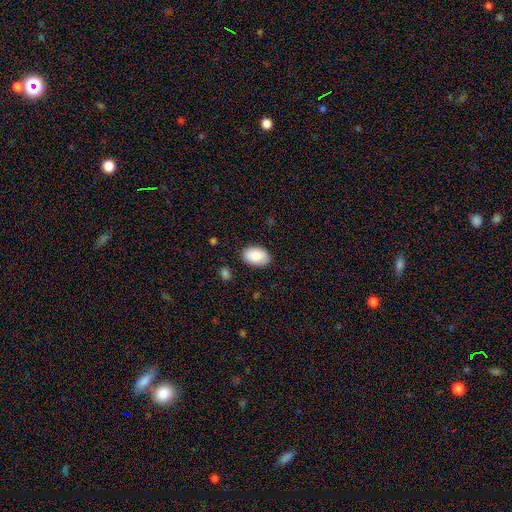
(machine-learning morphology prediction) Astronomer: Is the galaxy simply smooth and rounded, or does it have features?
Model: smooth — 88%.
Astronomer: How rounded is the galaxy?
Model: in between — 92%.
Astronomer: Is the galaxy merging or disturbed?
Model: none — 86%.